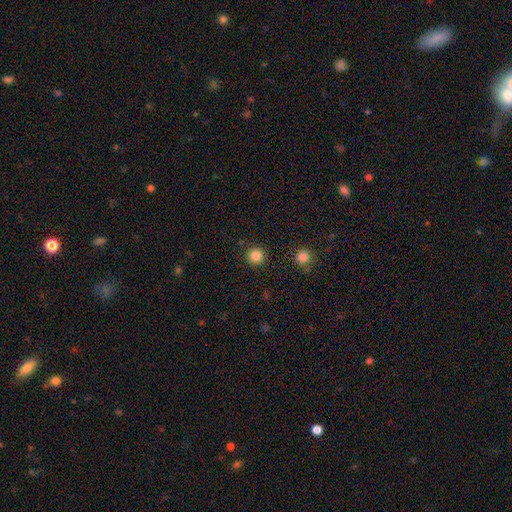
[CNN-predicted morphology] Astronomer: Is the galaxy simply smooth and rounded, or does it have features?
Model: smooth — 86%.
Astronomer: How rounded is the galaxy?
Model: round — 95%.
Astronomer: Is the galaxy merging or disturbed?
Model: none — 91%.